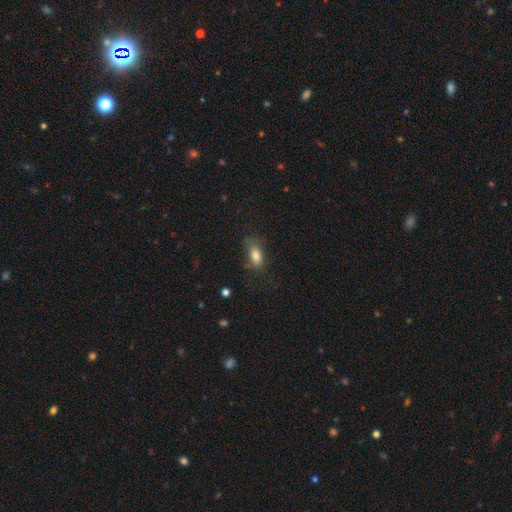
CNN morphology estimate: type=smooth (80%); roundness=in between (86%); merging=none (61%).